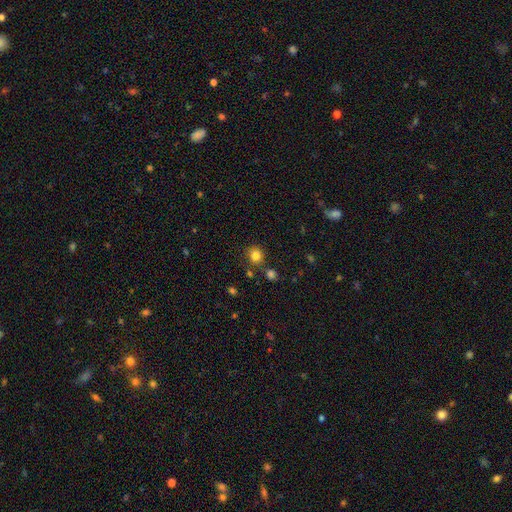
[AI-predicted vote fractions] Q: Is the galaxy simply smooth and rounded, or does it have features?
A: smooth — 81%.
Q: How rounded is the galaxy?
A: round — 87%.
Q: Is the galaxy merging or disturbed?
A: none — 79%.